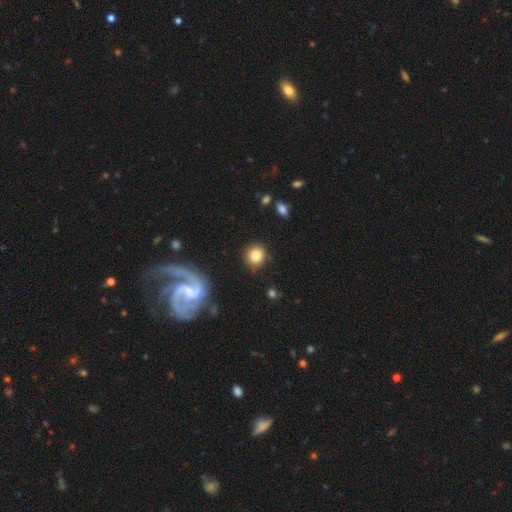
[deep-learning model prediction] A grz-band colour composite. It shows a smooth galaxy with no disk features (78%) that is round (90%). Merging: none (86%).